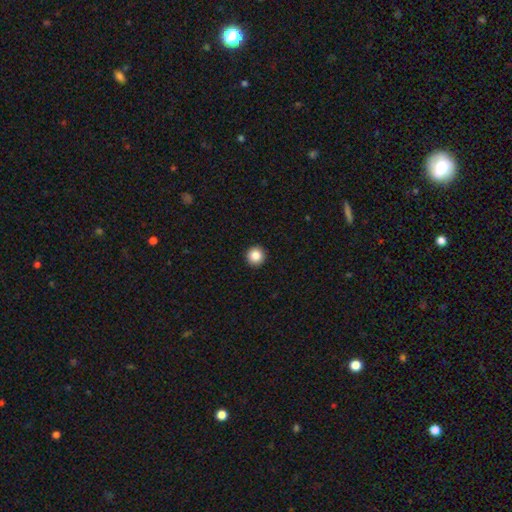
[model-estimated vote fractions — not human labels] smooth_or_featured: smooth (p=0.86) [alt: star or artifact p=0.10]
how_rounded: round (p=0.96) [alt: in between p=0.03]
merging: none (p=0.94) [alt: minor disturbance p=0.04]